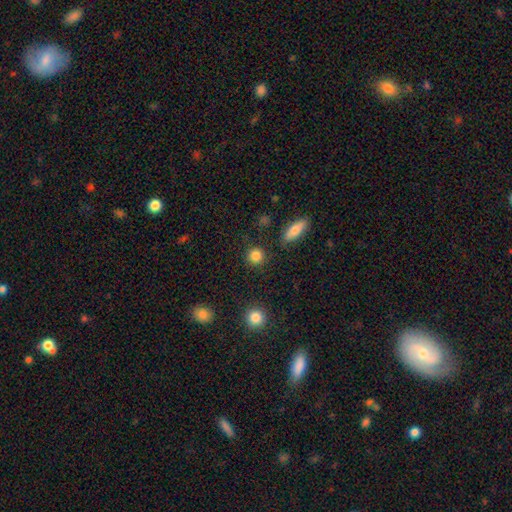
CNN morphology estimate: Overall: smooth (86%). How rounded: round (92%). Merging: none (89%).